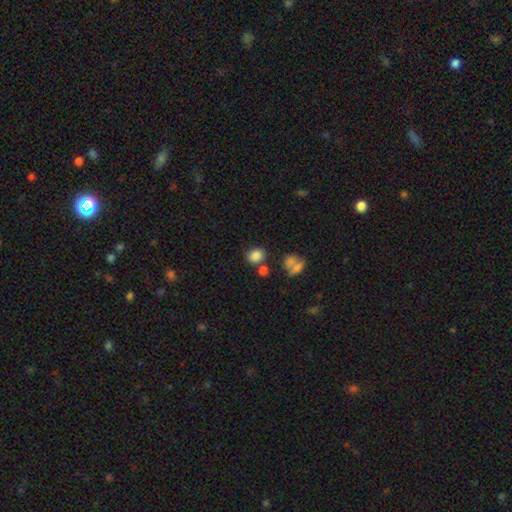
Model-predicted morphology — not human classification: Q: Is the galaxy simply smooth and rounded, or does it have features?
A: smooth — 83%.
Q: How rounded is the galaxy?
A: round — 70%.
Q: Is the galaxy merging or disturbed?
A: none — 70%.